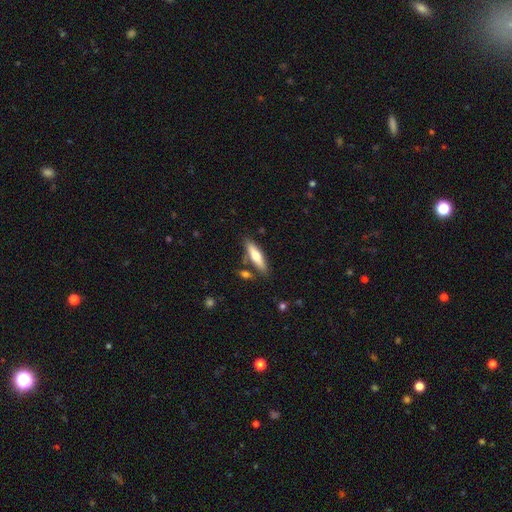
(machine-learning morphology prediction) Smooth or featured?
  - smooth: 58% *
  - featured or disk: 36%
  - star or artifact: 6%
How rounded?
  - cigar-shaped: 70% *
  - in between: 28%
  - round: 2%
Merging?
  - none: 78% *
  - minor disturbance: 12%
  - merger: 8%
  - major disturbance: 3%